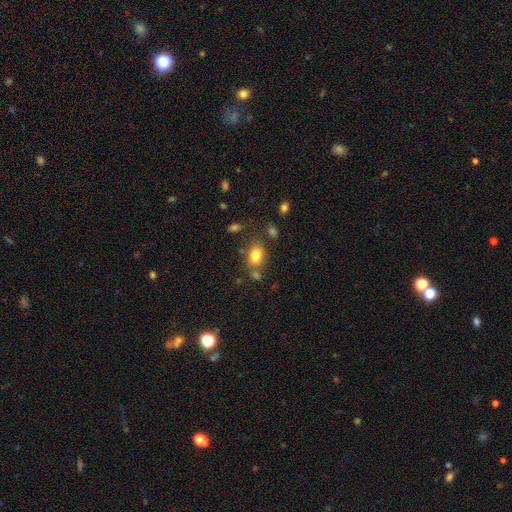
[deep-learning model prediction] smooth 80%, star or artifact 10%, featured or disk 9%. Down the decision tree: how rounded — in between (70%); merging — none (69%).